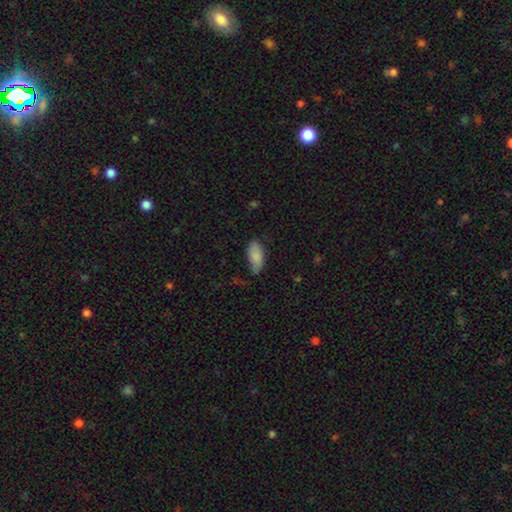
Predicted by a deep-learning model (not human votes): Smooth or featured? smooth (84%)
How rounded? in between (91%)
Merging? none (66%)